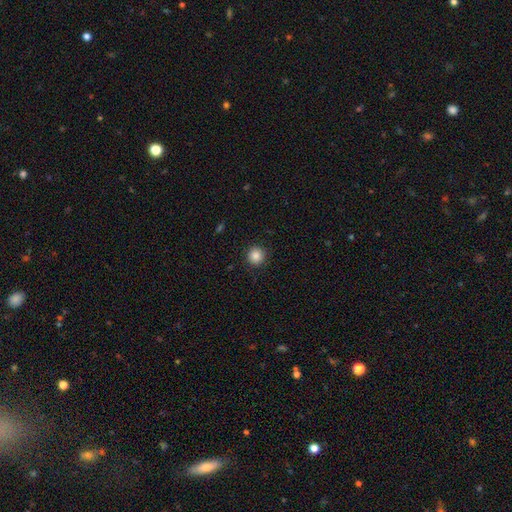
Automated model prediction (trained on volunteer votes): A smooth galaxy with no disk features (86%) that is round (94%).

Vote fractions:
- Smooth or featured? smooth: 86% / star or artifact: 10% / featured or disk: 4%
- How rounded? round: 94% / in between: 5% / cigar-shaped: 1%
- Merging? none: 91% / minor disturbance: 6% / major disturbance: 2% / merger: 1%